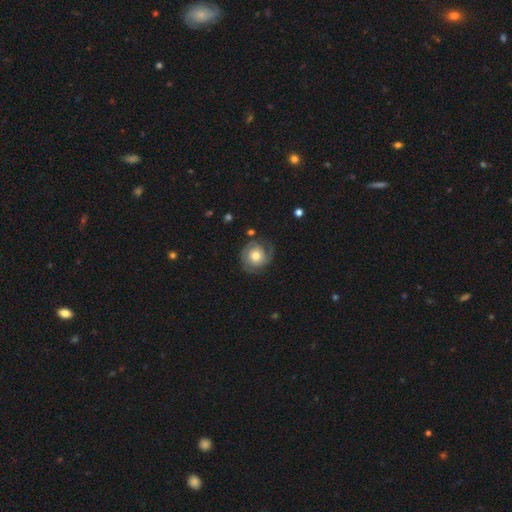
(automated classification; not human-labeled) Smooth or featured?
  - featured or disk: 64% *
  - smooth: 29%
  - star or artifact: 7%
Edge-on disk?
  - no: 98% *
  - yes: 2%
Bar?
  - no: 81% *
  - weak: 16%
  - strong: 3%
Spiral arms?
  - yes: 88% *
  - no: 12%
Spiral winding?
  - tight: 58% *
  - medium: 30%
  - loose: 11%
Spiral arm count?
  - 2: 62% *
  - can't tell: 16%
  - 1: 11%
  - 3: 7%
  - 4: 2%
  - more than 4: 2%
Bulge size?
  - moderate: 67% *
  - large: 18%
  - small: 12%
  - dominant: 2%
  - none: 1%
Merging?
  - none: 69% *
  - minor disturbance: 19%
  - major disturbance: 10%
  - merger: 2%